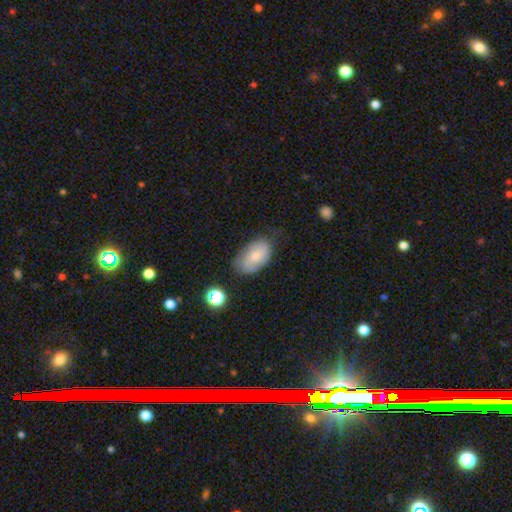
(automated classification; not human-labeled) smooth-or-featured: smooth: 65% | featured or disk: 27% | star or artifact: 8%
  how-rounded: in between: 92% | round: 7% | cigar-shaped: 2%
  merging: none: 64% | minor disturbance: 26% | major disturbance: 7% | merger: 2%